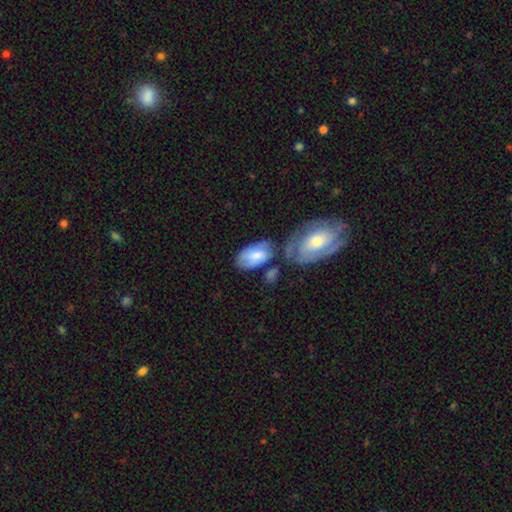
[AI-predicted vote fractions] Overall: smooth (56%; featured or disk 38%). How rounded: in between (93%). Merging: none (44%; minor disturbance 23%).